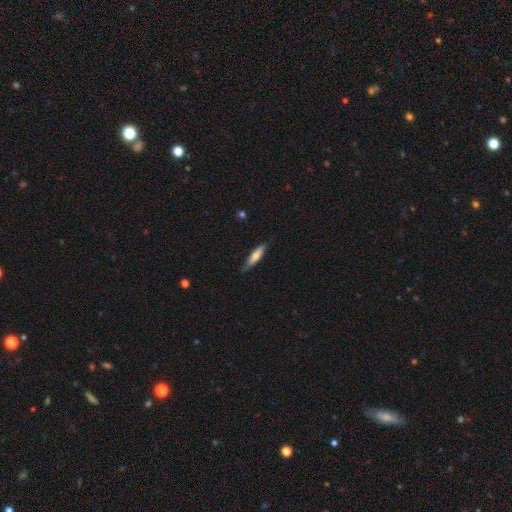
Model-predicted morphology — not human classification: smooth-or-featured: smooth: 63% | featured or disk: 32% | star or artifact: 6%
  how-rounded: cigar-shaped: 74% | in between: 25% | round: 2%
  merging: none: 77% | minor disturbance: 19% | major disturbance: 3% | merger: 1%